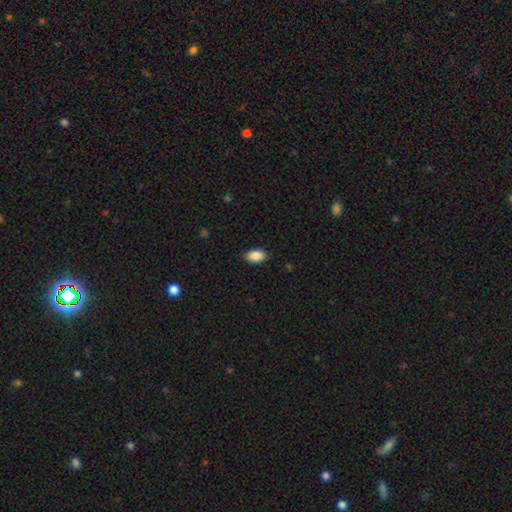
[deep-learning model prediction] smooth 89%, star or artifact 7%, featured or disk 4%. Down the decision tree: how rounded — in between (93%); merging — none (88%).